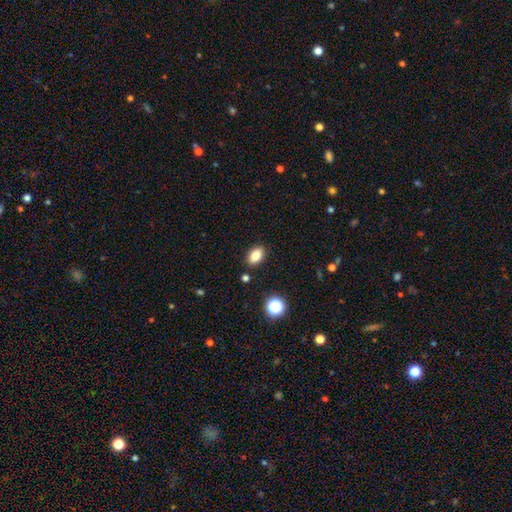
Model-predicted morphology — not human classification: Smooth or featured? Predicted: smooth (p=0.82). How rounded? Predicted: in between (p=0.85). Merging? Predicted: none (p=0.88).